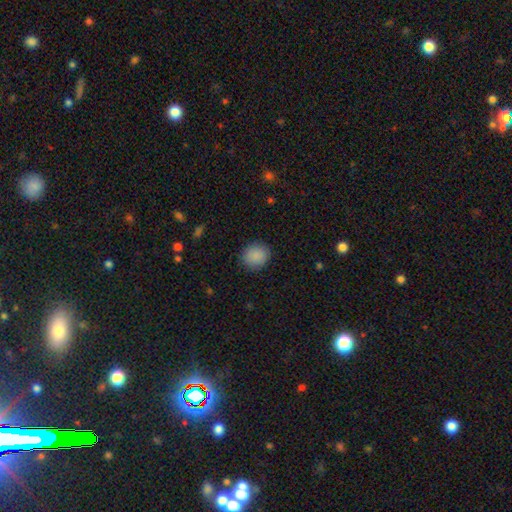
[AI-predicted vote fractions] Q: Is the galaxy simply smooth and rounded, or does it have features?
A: smooth — 89%.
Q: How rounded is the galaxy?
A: round — 80%.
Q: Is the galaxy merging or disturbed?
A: none — 89%.